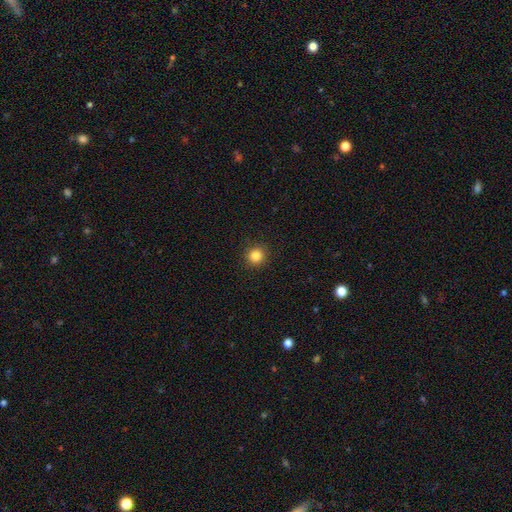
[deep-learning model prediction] This is clearly a smooth galaxy (84%). How rounded: clearly round (94%). Merging: clearly none (92%).